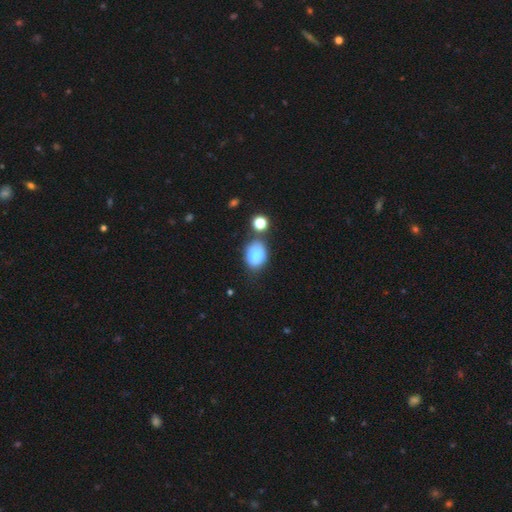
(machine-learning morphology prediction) type=smooth (77%); roundness=in between (71%); merging=none (51%).